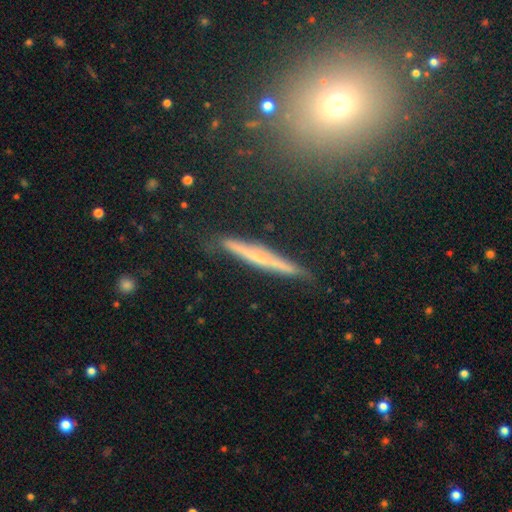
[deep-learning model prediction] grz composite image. It shows a featured or disk galaxy (57%) viewed edge-on (93%) with no central bulge (57%). Merging: none (79%).